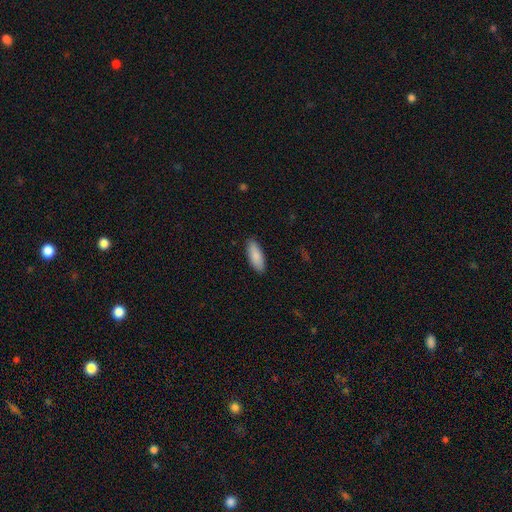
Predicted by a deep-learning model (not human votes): Q: Smooth or featured?
A: smooth (89%); runner-up: featured or disk (6%)
Q: How rounded?
A: in between (71%); runner-up: cigar-shaped (27%)
Q: Merging?
A: none (89%); runner-up: minor disturbance (9%)